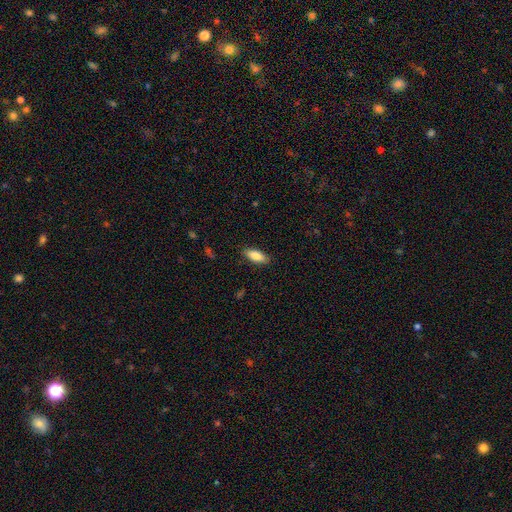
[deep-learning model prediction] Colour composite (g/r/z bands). It shows a smooth galaxy with no disk features (86%) that is in between round and cigar-shaped (80%). Merging: none (87%).